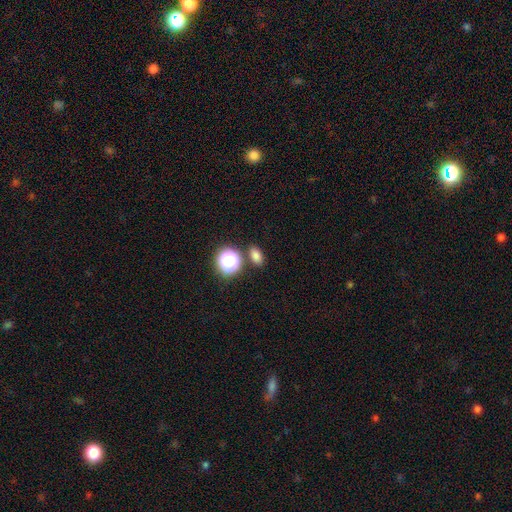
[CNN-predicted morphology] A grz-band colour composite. It shows a smooth galaxy with no disk features (76%) that is in between round and cigar-shaped (73%). Merging: none (80%).